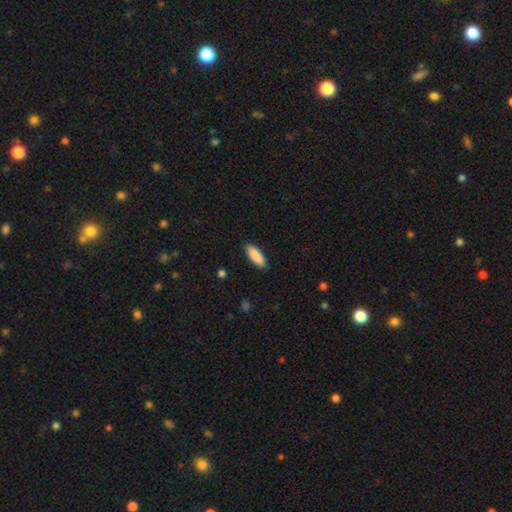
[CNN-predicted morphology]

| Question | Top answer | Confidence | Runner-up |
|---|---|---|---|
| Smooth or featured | smooth | 89% | star or artifact (6%) |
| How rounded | in between | 58% | cigar-shaped (41%) |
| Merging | none | 89% | minor disturbance (8%) |